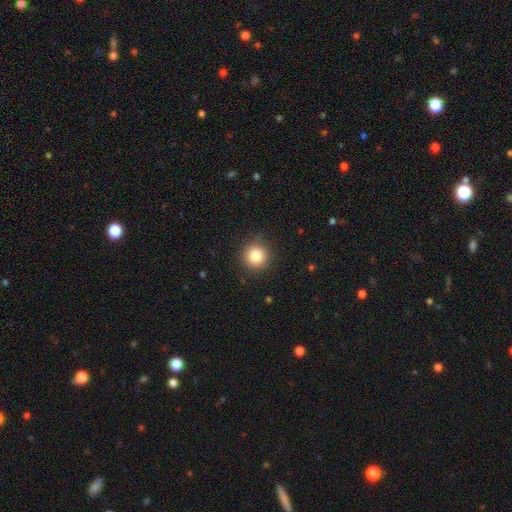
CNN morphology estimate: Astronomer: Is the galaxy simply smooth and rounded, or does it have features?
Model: smooth — 83%.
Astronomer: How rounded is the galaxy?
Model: round — 94%.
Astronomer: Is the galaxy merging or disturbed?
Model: none — 89%.